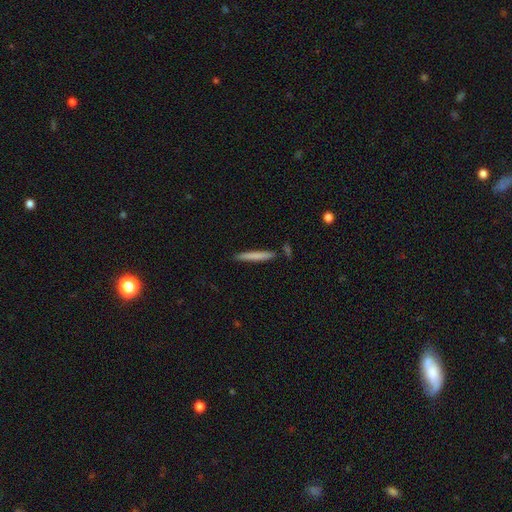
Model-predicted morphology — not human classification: smooth 75%, featured or disk 19%, star or artifact 6%. Down the decision tree: how rounded — cigar-shaped (96%); merging — none (85%).